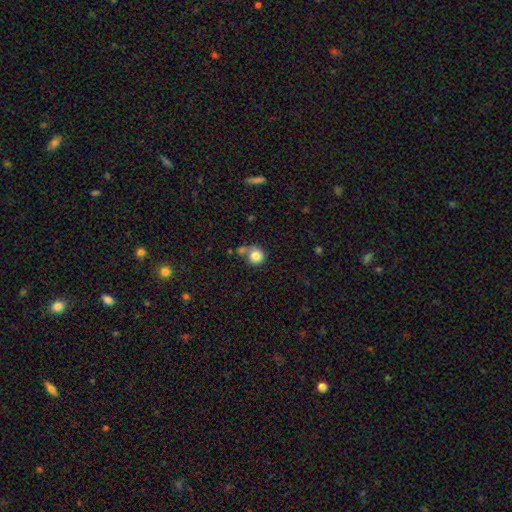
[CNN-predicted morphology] This is clearly a smooth galaxy (82%). How rounded: clearly round (90%). Merging: possibly none (54%).